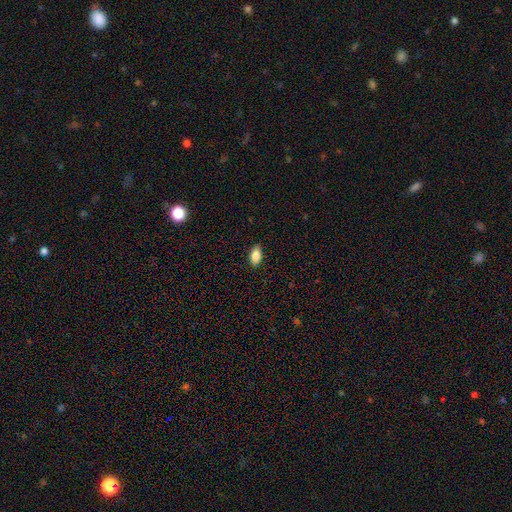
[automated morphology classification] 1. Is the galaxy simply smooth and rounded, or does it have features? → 87% smooth, 8% star or artifact, 5% featured or disk.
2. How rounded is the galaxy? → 92% in between, 5% round, 4% cigar-shaped.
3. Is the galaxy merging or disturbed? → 88% none, 9% minor disturbance, 2% major disturbance, 1% merger.